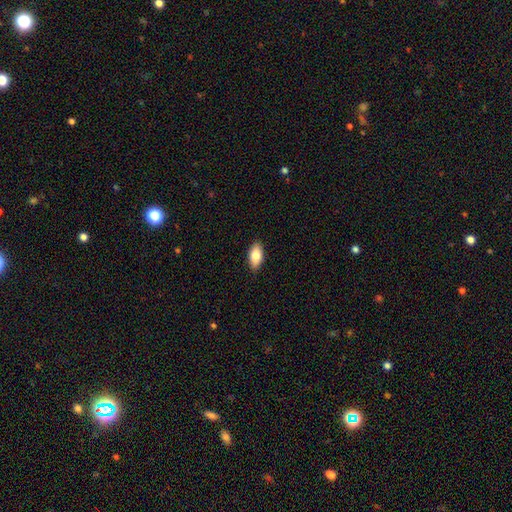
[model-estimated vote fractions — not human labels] Smooth or featured: smooth — 81% (featured or disk — 13%)
How rounded: in between — 91% (cigar-shaped — 6%)
Merging: none — 88% (minor disturbance — 9%)